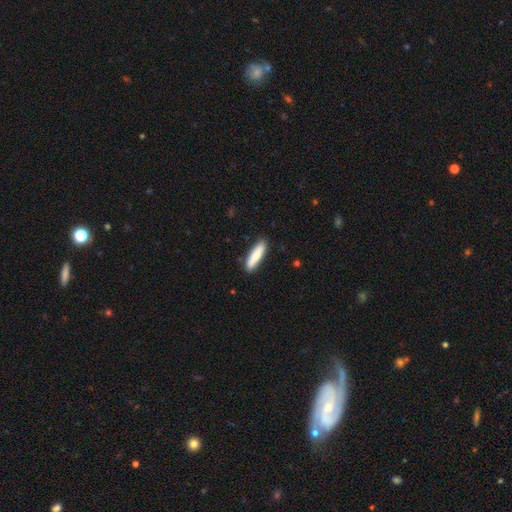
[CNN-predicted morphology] Q: Smooth or featured?
A: smooth (79%); runner-up: featured or disk (15%)
Q: How rounded?
A: cigar-shaped (75%); runner-up: in between (23%)
Q: Merging?
A: none (88%); runner-up: minor disturbance (9%)